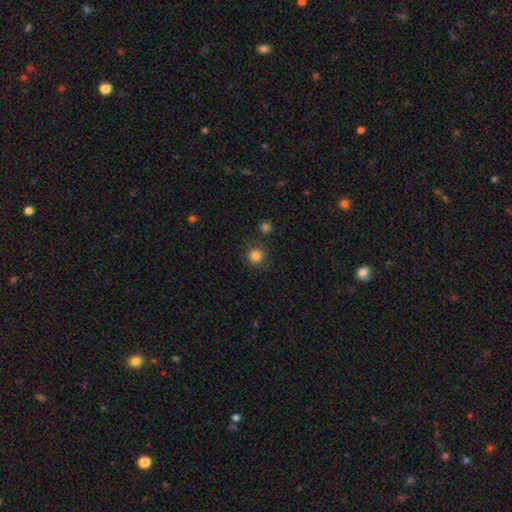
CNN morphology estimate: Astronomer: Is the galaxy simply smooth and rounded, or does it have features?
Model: smooth — 84%.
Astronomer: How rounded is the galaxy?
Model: round — 94%.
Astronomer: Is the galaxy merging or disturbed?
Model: none — 86%.